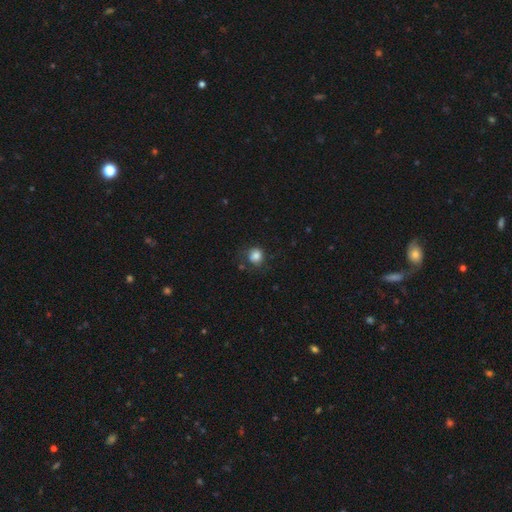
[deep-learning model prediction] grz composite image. It shows a smooth galaxy with no disk features (82%) that is round (81%). Merging: none (67%).